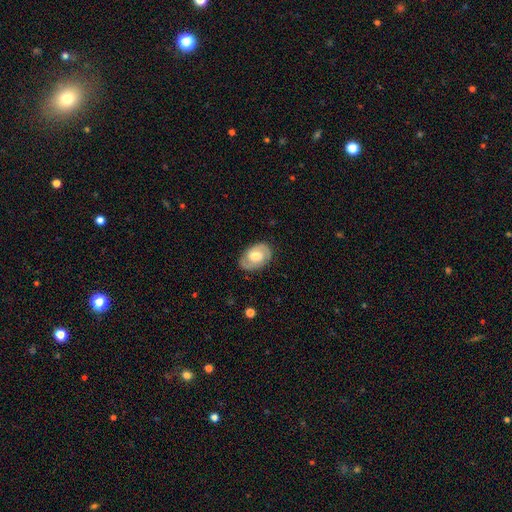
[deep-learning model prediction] Smooth or featured? Predicted: featured or disk (p=0.65). Edge-on disk? Predicted: no (p=0.96). Bar? Predicted: weak (p=0.50). Spiral arms? Predicted: yes (p=0.87). Spiral winding? Predicted: medium (p=0.45). Spiral arm count? Predicted: 2 (p=0.84). Bulge size? Predicted: moderate (p=0.57). Merging? Predicted: none (p=0.82).